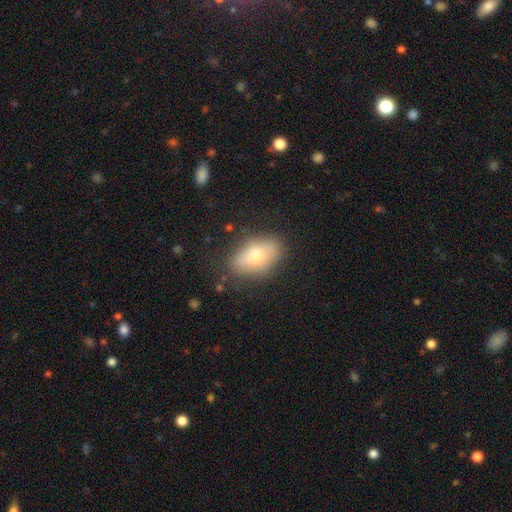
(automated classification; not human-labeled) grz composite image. It shows a smooth galaxy with no disk features (76%) that is in between round and cigar-shaped (89%). Merging: none (75%).